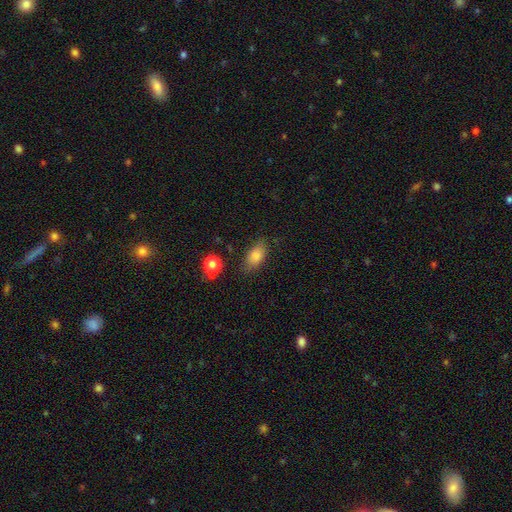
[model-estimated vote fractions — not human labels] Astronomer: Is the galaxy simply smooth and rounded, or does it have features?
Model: smooth — 82%.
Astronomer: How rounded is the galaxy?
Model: in between — 86%.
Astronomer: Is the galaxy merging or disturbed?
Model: none — 78%.